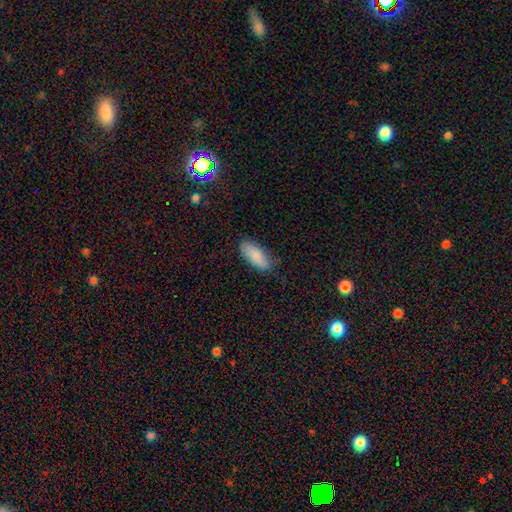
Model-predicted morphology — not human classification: smooth_or_featured: smooth (p=0.87) [alt: featured or disk p=0.07]
how_rounded: in between (p=0.83) [alt: cigar-shaped p=0.15]
merging: none (p=0.78) [alt: minor disturbance p=0.18]